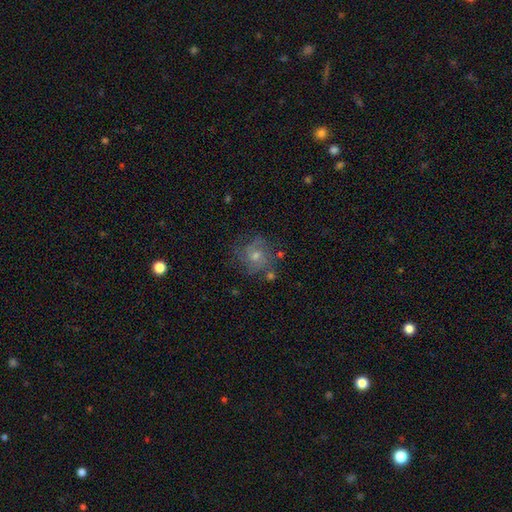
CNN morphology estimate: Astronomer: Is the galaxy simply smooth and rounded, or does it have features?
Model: featured or disk — 64%.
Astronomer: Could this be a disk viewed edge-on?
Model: no — 97%.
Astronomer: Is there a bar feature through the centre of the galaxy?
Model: no — 74%.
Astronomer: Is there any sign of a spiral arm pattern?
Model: yes — 89%.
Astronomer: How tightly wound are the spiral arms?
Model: tight — 45% (runner-up: medium, 42%).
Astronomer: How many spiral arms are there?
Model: can't tell — 32% (runner-up: 2, 25%).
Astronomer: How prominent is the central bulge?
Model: moderate — 53% (runner-up: small, 40%).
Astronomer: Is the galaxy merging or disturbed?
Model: none — 73%.